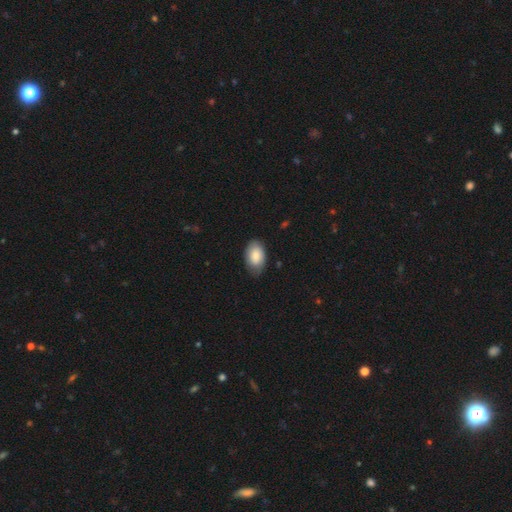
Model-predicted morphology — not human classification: A smooth galaxy with no disk features (83%) that is in between round and cigar-shaped (92%). Merging: none (75%).